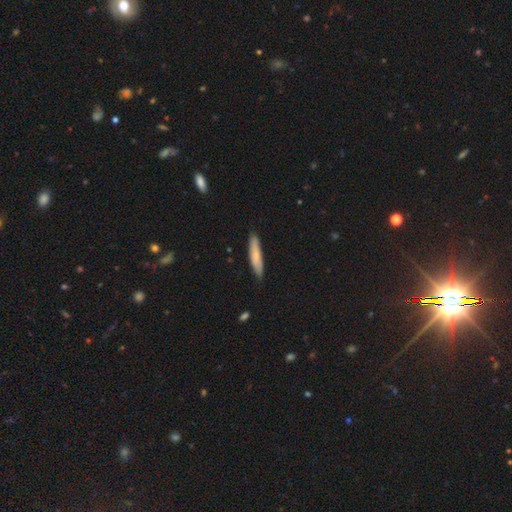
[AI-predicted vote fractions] Smooth or featured? Predicted: smooth (p=0.74). How rounded? Predicted: cigar-shaped (p=0.88). Merging? Predicted: none (p=0.84).